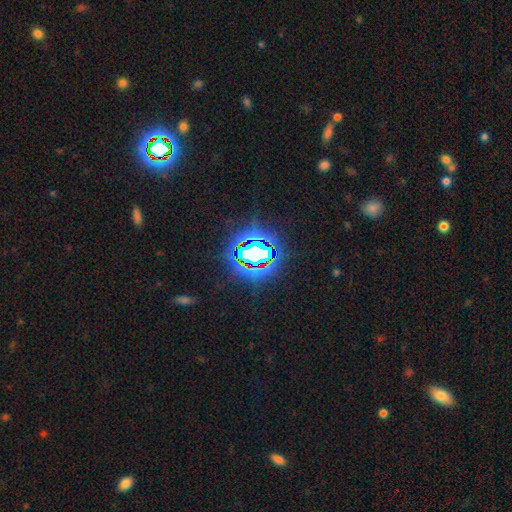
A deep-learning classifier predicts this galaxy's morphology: Smooth or featured?
  - star or artifact: 73% *
  - smooth: 15%
  - featured or disk: 12%